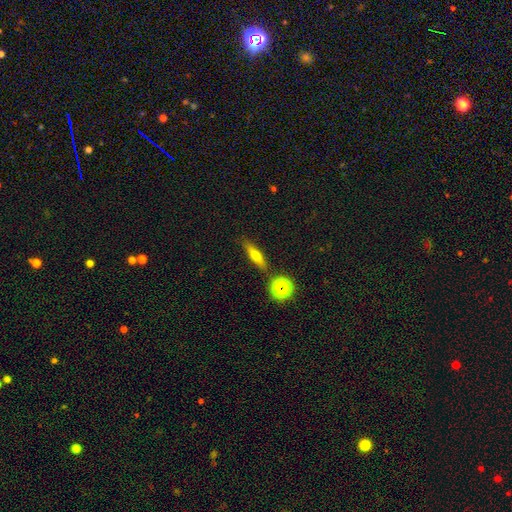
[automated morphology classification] Q: Smooth or featured?
A: smooth (53%); runner-up: featured or disk (35%)
Q: How rounded?
A: cigar-shaped (66%); runner-up: in between (28%)
Q: Merging?
A: none (83%); runner-up: minor disturbance (10%)